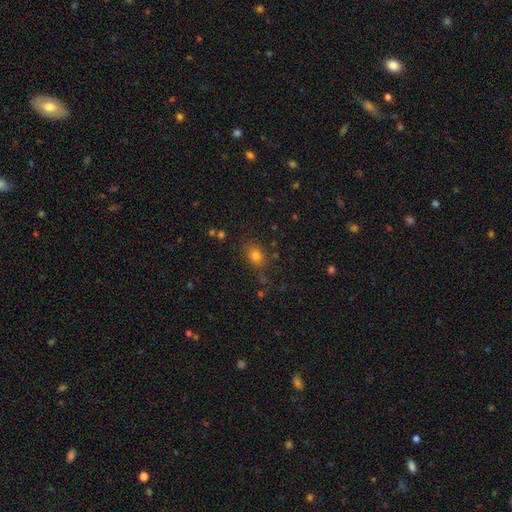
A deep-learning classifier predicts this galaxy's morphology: Smooth or featured: smooth — 77% (star or artifact — 15%)
How rounded: in between — 58% (round — 40%)
Merging: none — 75% (minor disturbance — 16%)